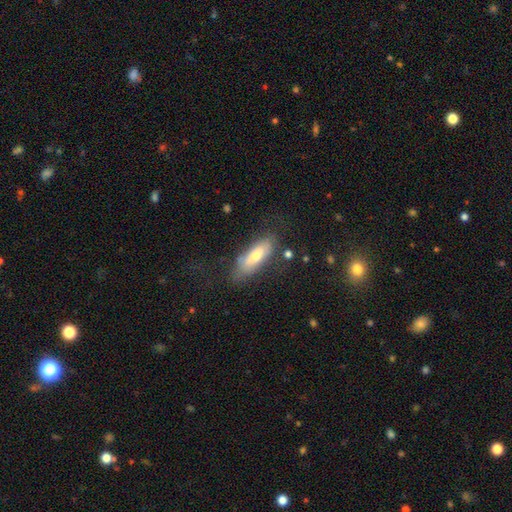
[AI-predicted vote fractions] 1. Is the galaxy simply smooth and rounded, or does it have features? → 59% smooth, 33% featured or disk, 8% star or artifact.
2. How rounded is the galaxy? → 59% in between, 39% cigar-shaped, 2% round.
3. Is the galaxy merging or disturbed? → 64% none, 21% minor disturbance, 12% major disturbance, 2% merger.